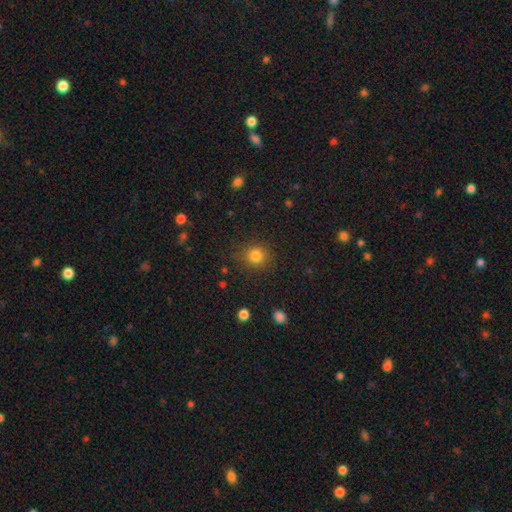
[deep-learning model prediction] Smooth or featured?
  - smooth: 82% *
  - star or artifact: 12%
  - featured or disk: 5%
How rounded?
  - round: 86% *
  - in between: 13%
  - cigar-shaped: 1%
Merging?
  - none: 85% *
  - minor disturbance: 10%
  - major disturbance: 4%
  - merger: 1%